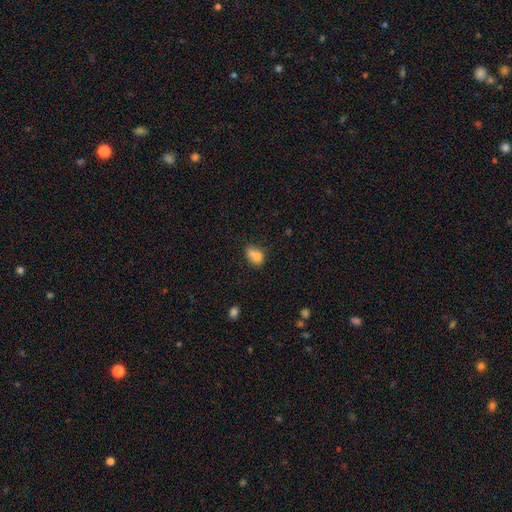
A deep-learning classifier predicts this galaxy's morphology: Smooth or featured? Predicted: smooth (p=0.74). How rounded? Predicted: in between (p=0.64). Merging? Predicted: merger (p=0.40).